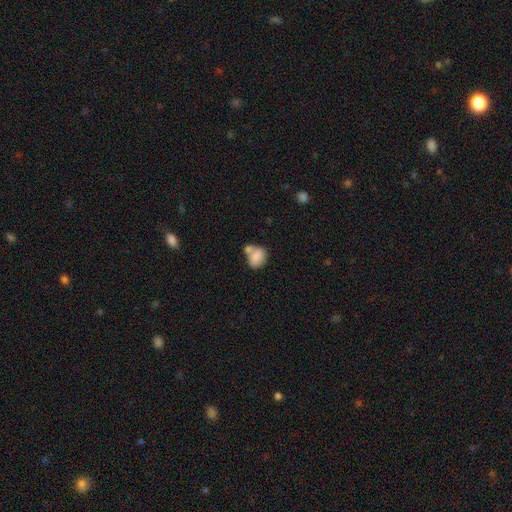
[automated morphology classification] A smooth galaxy with no disk features (79%) that is in between round and cigar-shaped (55%). Merging: merger (47%).